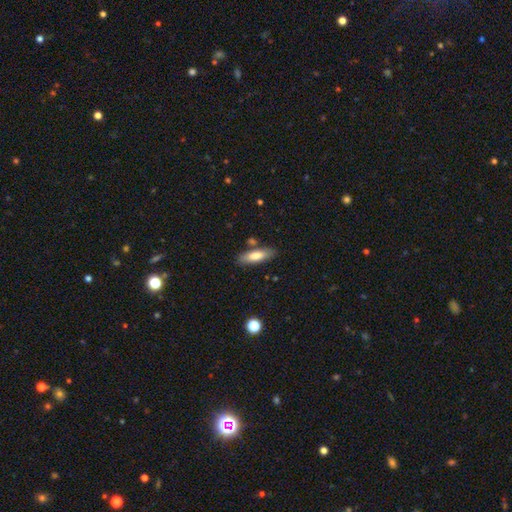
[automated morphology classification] A smooth galaxy with no disk features (76%) that is in between round and cigar-shaped (52%).

Vote fractions:
- Smooth or featured? smooth: 76% / featured or disk: 18% / star or artifact: 6%
- How rounded? in between: 52% / cigar-shaped: 46% / round: 2%
- Merging? none: 79% / minor disturbance: 12% / merger: 6% / major disturbance: 3%